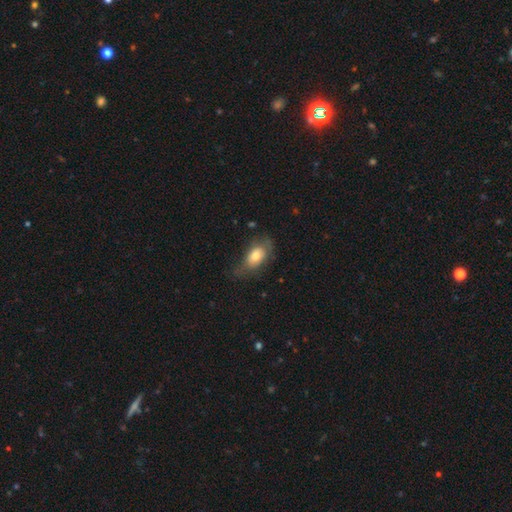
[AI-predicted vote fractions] A smooth galaxy with no disk features (71%) that is in between round and cigar-shaped (87%).

Vote fractions:
- Smooth or featured? smooth: 71% / featured or disk: 22% / star or artifact: 7%
- How rounded? in between: 87% / round: 9% / cigar-shaped: 4%
- Merging? none: 48% / minor disturbance: 31% / major disturbance: 19% / merger: 2%